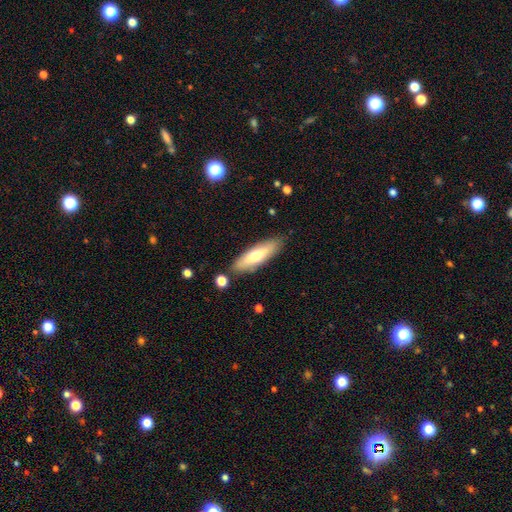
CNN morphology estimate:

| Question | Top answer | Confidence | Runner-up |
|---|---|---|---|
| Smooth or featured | smooth | 64% | featured or disk (30%) |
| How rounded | cigar-shaped | 57% | in between (41%) |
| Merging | none | 82% | minor disturbance (12%) |